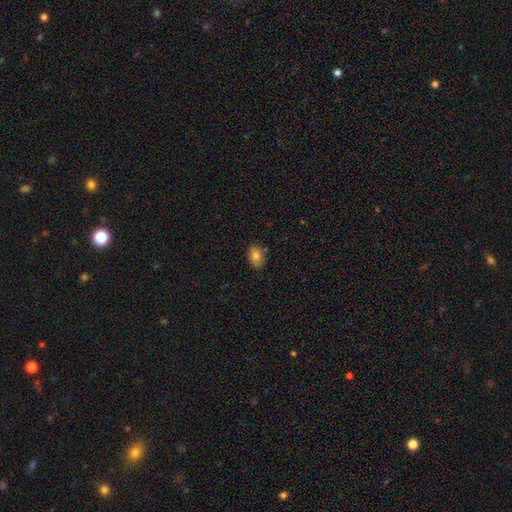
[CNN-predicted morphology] smooth 82%, star or artifact 9%, featured or disk 9%. Down the decision tree: how rounded — in between (80%); merging — none (75%).